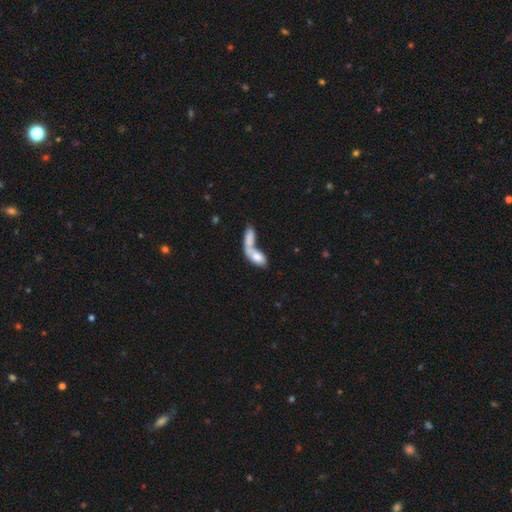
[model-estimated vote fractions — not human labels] smooth_or_featured: smooth (p=0.73) [alt: featured or disk p=0.20]
how_rounded: in between (p=0.81) [alt: cigar-shaped p=0.13]
merging: merger (p=0.74) [alt: none p=0.14]